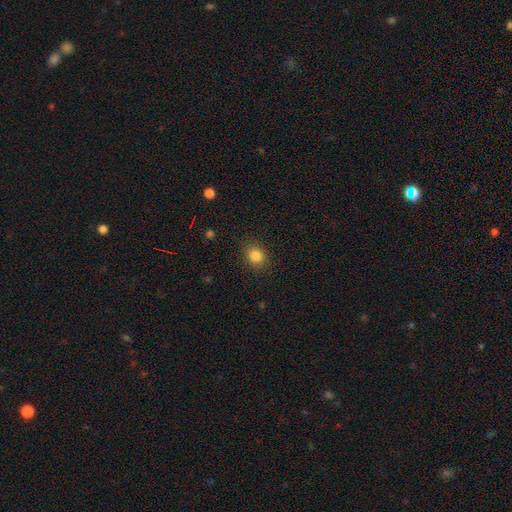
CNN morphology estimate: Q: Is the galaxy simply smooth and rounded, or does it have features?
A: smooth — 84%.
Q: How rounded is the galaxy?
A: round — 65%.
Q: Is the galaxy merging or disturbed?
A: none — 87%.